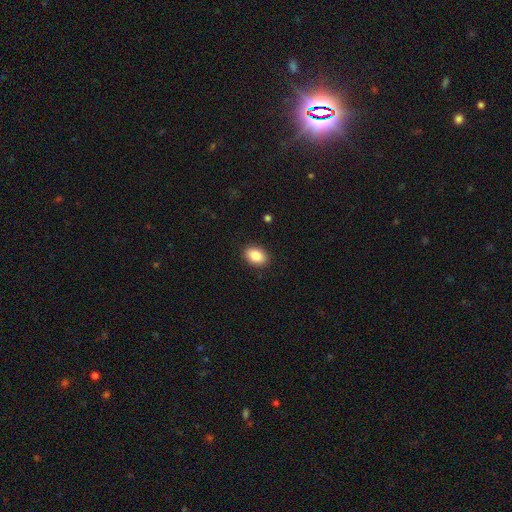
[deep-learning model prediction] smooth 87%, star or artifact 8%, featured or disk 5%. Down the decision tree: how rounded — in between (84%); merging — none (89%).